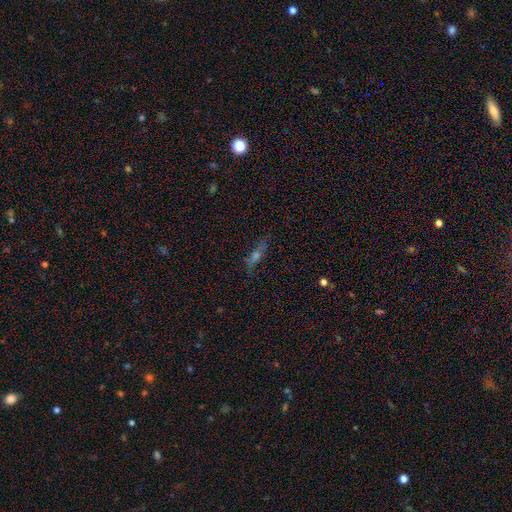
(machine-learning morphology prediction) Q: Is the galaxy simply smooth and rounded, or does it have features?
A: featured or disk — 50%.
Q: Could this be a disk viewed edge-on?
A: yes — 80%.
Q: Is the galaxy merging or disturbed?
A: none — 80%.